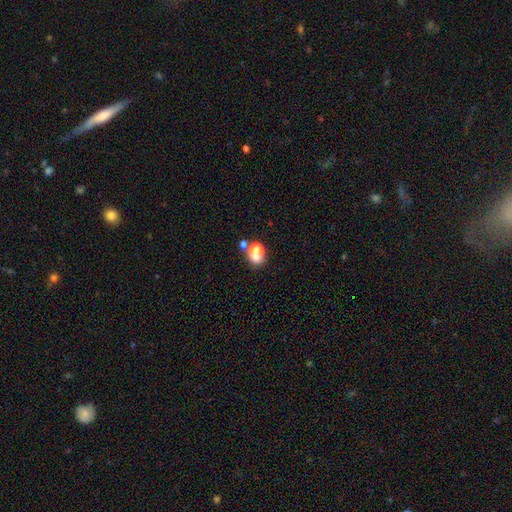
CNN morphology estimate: Smooth or featured?
  - smooth: 72% *
  - featured or disk: 14%
  - star or artifact: 14%
How rounded?
  - in between: 69% *
  - round: 28%
  - cigar-shaped: 2%
Merging?
  - none: 40% *
  - merger: 35%
  - minor disturbance: 16%
  - major disturbance: 10%